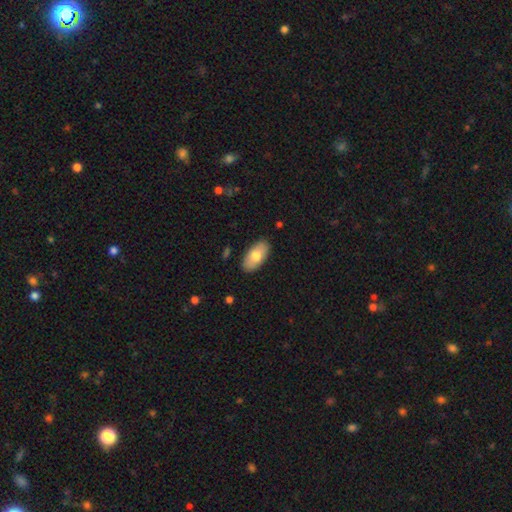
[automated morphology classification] smooth 75%, featured or disk 19%, star or artifact 6%. Down the decision tree: how rounded — in between (94%); merging — none (87%).